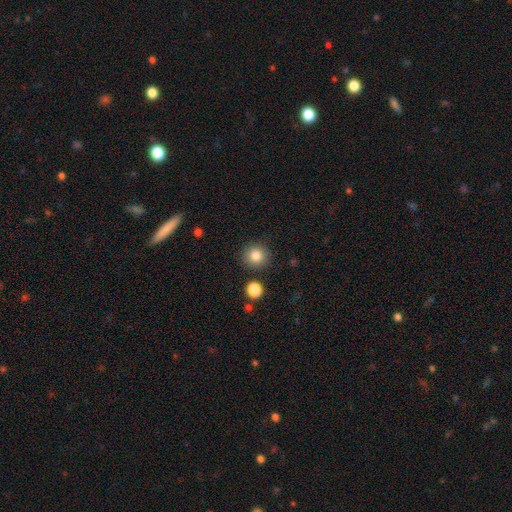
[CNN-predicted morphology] Smooth or featured: smooth — 85% (star or artifact — 10%)
How rounded: round — 92% (in between — 7%)
Merging: none — 88% (minor disturbance — 7%)